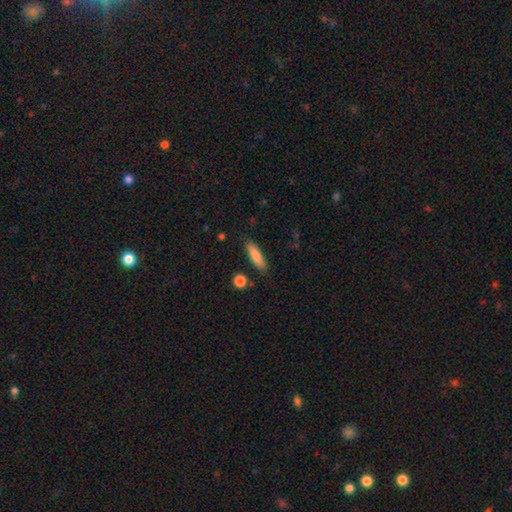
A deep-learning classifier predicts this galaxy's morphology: The model was most divided on "how rounded": cigar-shaped: 62%, in between: 36%, round: 2%. More confident: merging — none (84%); smooth or featured — smooth (84%).